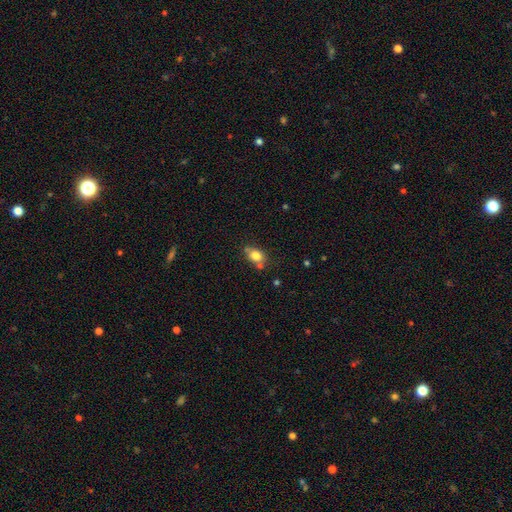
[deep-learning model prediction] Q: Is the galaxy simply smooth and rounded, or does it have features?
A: smooth — 79%.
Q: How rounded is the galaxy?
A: in between — 66%.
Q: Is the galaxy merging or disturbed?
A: none — 58%.